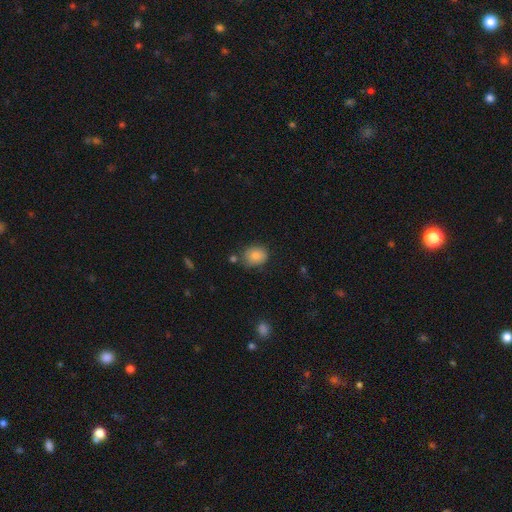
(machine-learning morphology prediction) Q: Smooth or featured?
A: smooth (83%); runner-up: star or artifact (9%)
Q: How rounded?
A: round (52%); runner-up: in between (47%)
Q: Merging?
A: none (73%); runner-up: minor disturbance (18%)